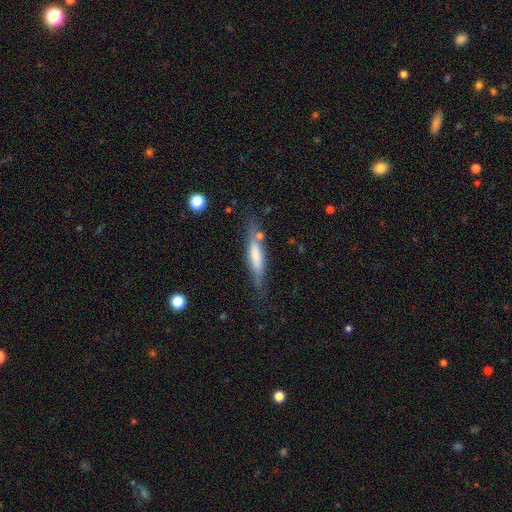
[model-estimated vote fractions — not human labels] smooth 57%, featured or disk 37%, star or artifact 6%. Down the decision tree: how rounded — cigar-shaped (82%); merging — none (70%).